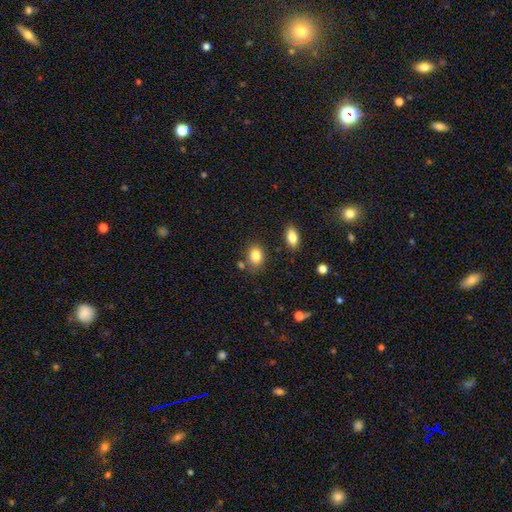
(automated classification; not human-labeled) smooth-or-featured: smooth: 84% | star or artifact: 9% | featured or disk: 7%
  how-rounded: in between: 62% | round: 36% | cigar-shaped: 1%
  merging: none: 74% | minor disturbance: 14% | merger: 8% | major disturbance: 4%